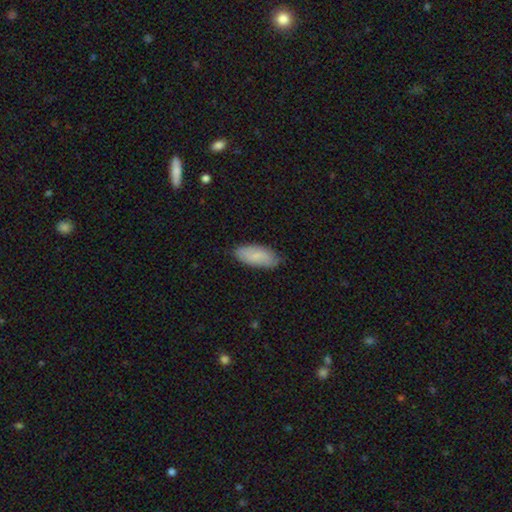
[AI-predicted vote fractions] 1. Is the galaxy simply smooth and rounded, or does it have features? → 80% smooth, 14% featured or disk, 6% star or artifact.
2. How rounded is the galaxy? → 87% in between, 11% cigar-shaped, 2% round.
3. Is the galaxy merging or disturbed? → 81% none, 16% minor disturbance, 3% major disturbance, 1% merger.